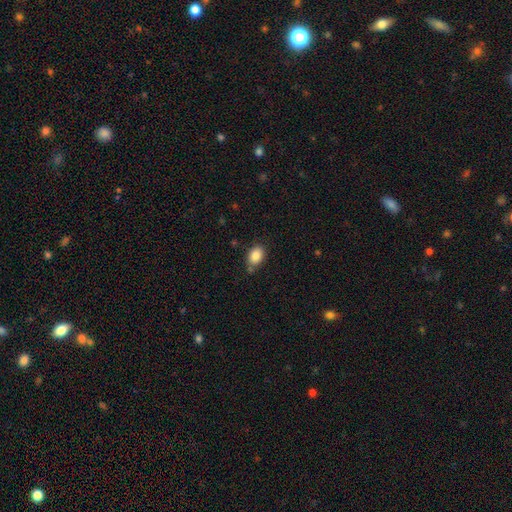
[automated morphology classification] Q: Smooth or featured?
A: smooth (87%); runner-up: star or artifact (8%)
Q: How rounded?
A: in between (82%); runner-up: round (17%)
Q: Merging?
A: none (72%); runner-up: minor disturbance (19%)